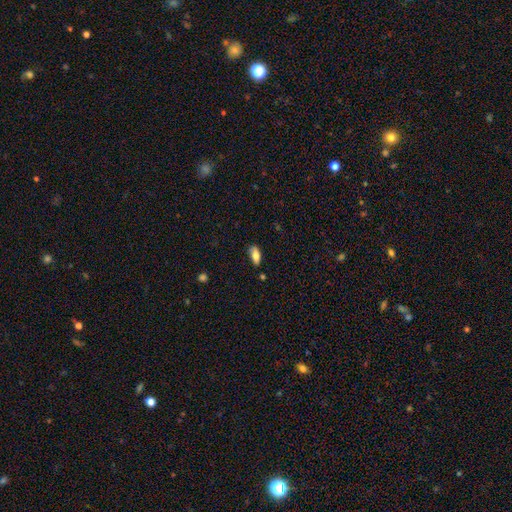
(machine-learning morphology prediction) Smooth or featured? smooth (78%)
How rounded? in between (83%)
Merging? none (67%)